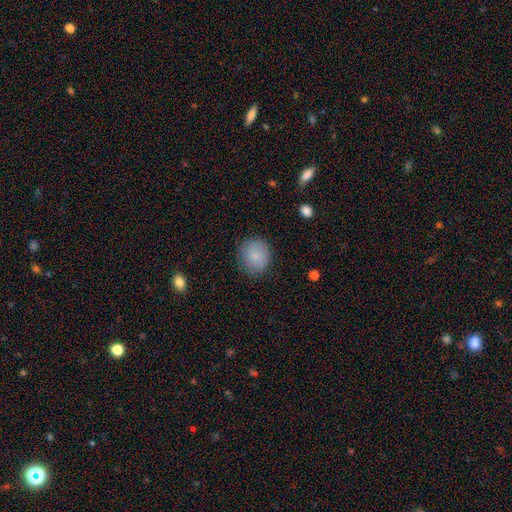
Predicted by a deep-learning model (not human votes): The model was most divided on "merging": none: 84%, minor disturbance: 12%, major disturbance: 3%, merger: 1%. More confident: how rounded — round (88%); smooth or featured — smooth (83%).